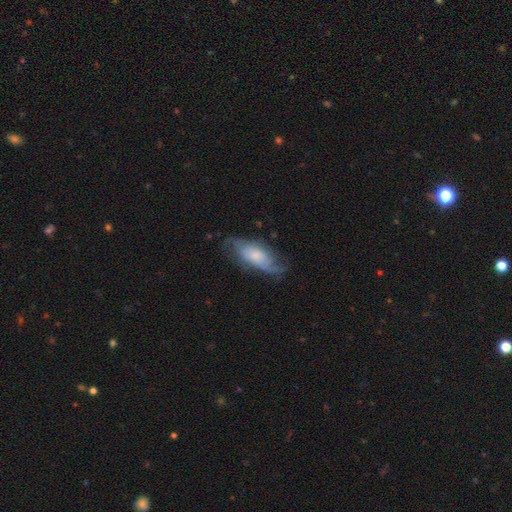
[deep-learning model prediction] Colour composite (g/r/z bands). It shows a featured or disk galaxy (60%) with no bar (69%), spiral arms (85%) and a moderate central bulge (36%). Merging: none (59%).